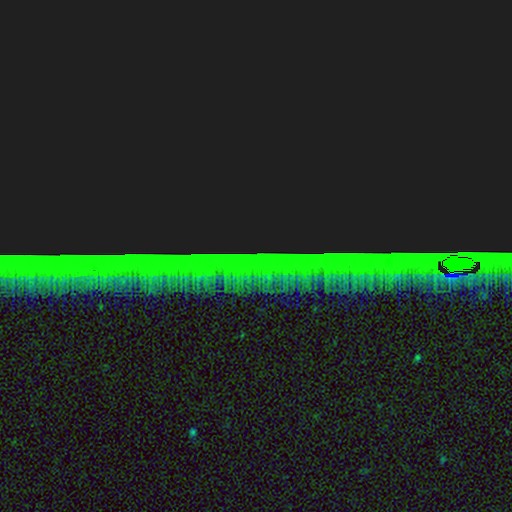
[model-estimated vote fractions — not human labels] star or artifact 87%, featured or disk 7%, smooth 6%.